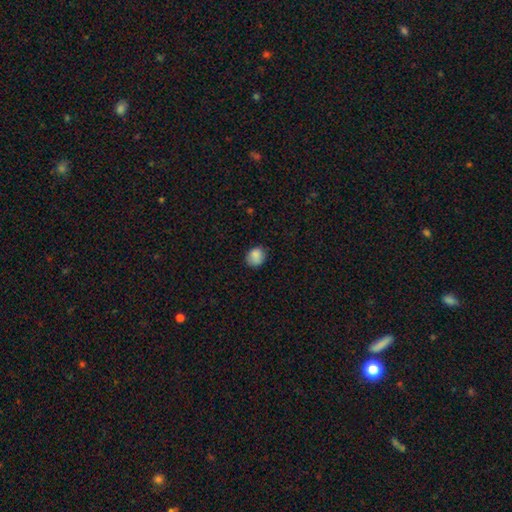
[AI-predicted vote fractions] The model was most divided on "how rounded": round: 68%, in between: 31%, cigar-shaped: 1%. More confident: smooth or featured — smooth (87%); merging — none (79%).